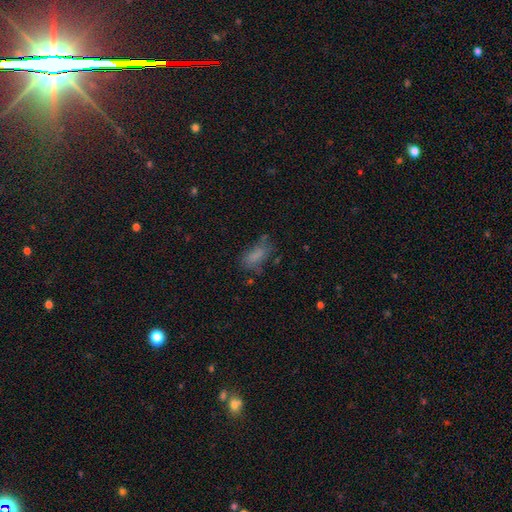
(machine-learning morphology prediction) smooth 75%, featured or disk 12%, star or artifact 12%. Down the decision tree: how rounded — in between (82%); merging — none (53%).